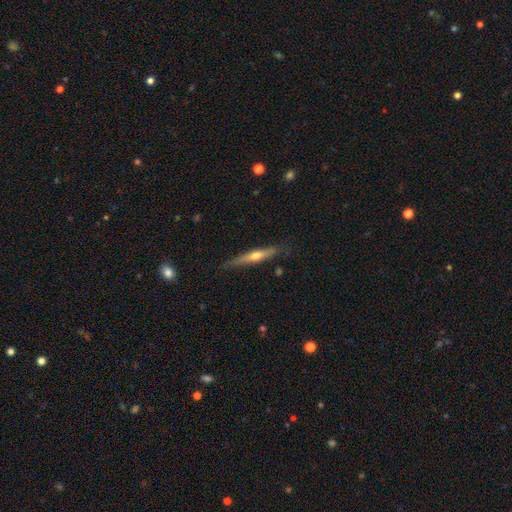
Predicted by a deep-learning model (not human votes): This appears to be a featured or disk galaxy (60%) viewed edge-on (96%) with a rounded central bulge (84%). Merging: none (81%).